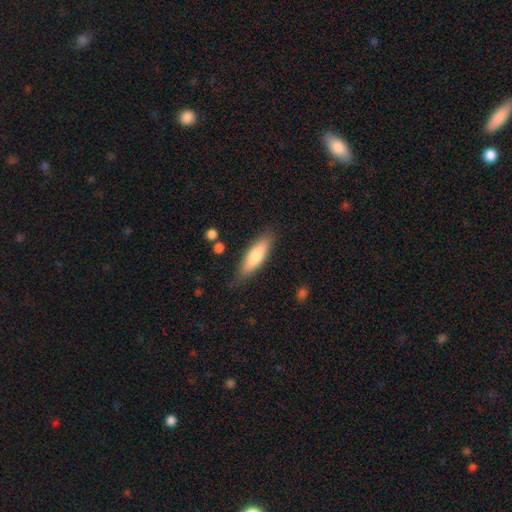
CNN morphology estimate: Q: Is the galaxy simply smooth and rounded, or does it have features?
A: smooth — 76%.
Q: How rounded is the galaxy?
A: cigar-shaped — 55%.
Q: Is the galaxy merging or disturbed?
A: none — 81%.